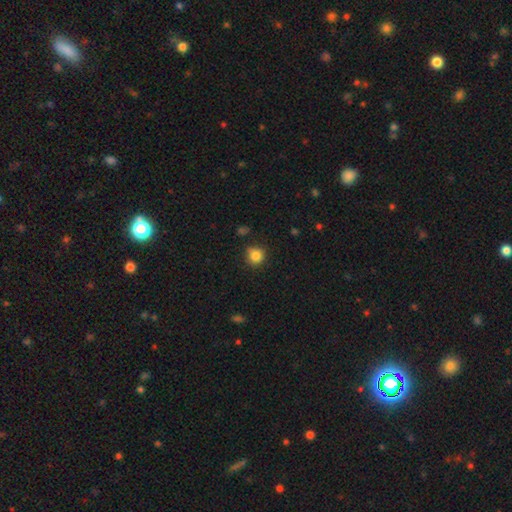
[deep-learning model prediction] smooth_or_featured: smooth (p=0.83) [alt: star or artifact p=0.11]
how_rounded: round (p=0.88) [alt: in between p=0.11]
merging: none (p=0.74) [alt: minor disturbance p=0.19]